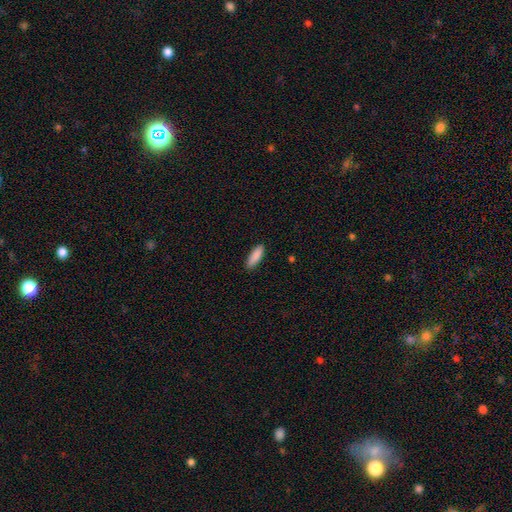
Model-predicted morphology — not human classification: Smooth or featured? smooth (89%)
How rounded? in between (57%)
Merging? none (87%)